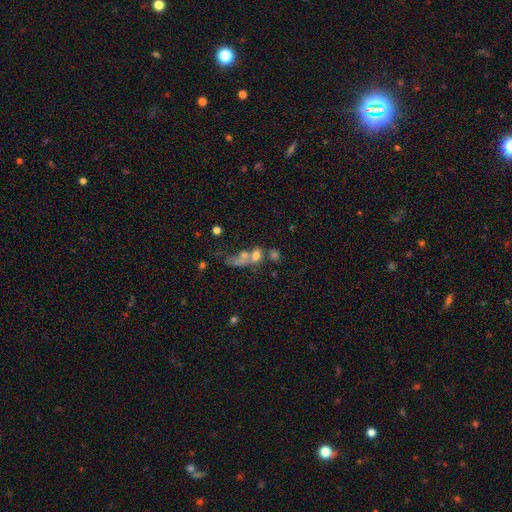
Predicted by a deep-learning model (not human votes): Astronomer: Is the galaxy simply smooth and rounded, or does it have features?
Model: smooth — 59%.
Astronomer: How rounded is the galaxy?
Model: in between — 58% (runner-up: round, 35%).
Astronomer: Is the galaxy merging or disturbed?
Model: merger — 52%.